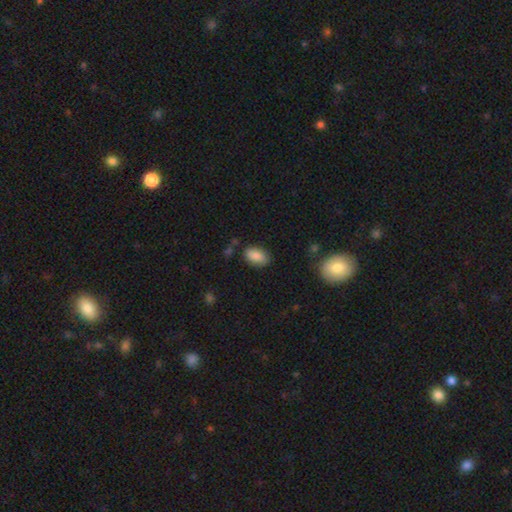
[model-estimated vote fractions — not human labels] A smooth galaxy with no disk features (87%) that is in between round and cigar-shaped (92%).

Vote fractions:
- Smooth or featured? smooth: 87% / star or artifact: 8% / featured or disk: 5%
- How rounded? in between: 92% / round: 6% / cigar-shaped: 2%
- Merging? none: 77% / minor disturbance: 17% / major disturbance: 4% / merger: 3%